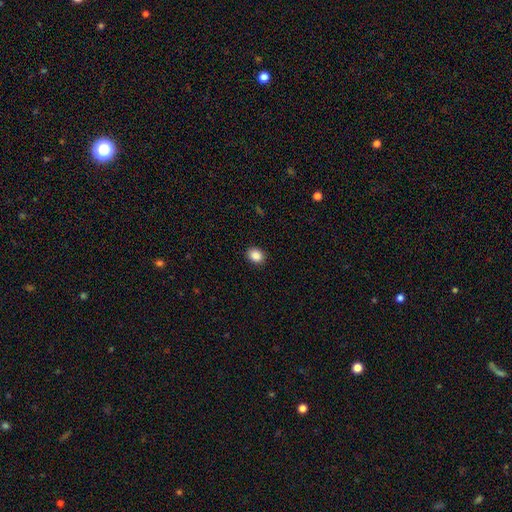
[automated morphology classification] Smooth or featured: smooth — 88% (star or artifact — 9%)
How rounded: round — 53% (in between — 46%)
Merging: none — 91% (minor disturbance — 6%)